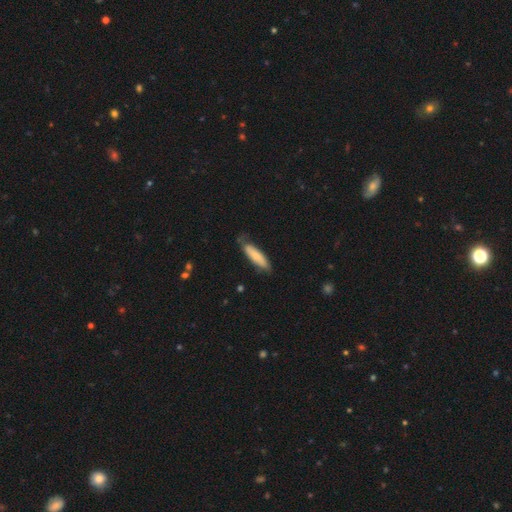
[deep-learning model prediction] Smooth or featured? smooth (78%)
How rounded? cigar-shaped (68%)
Merging? none (65%)